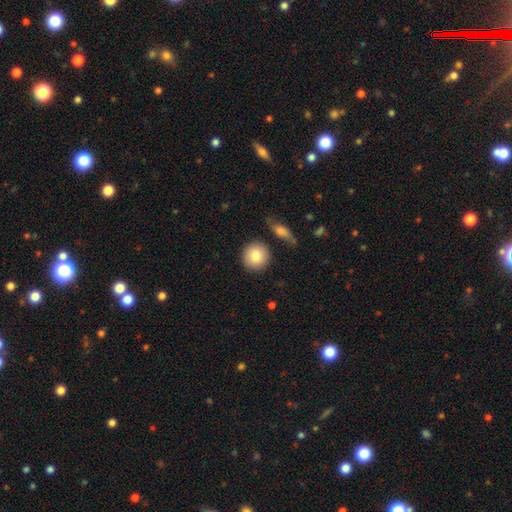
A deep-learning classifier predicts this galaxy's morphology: Q: Smooth or featured?
A: smooth (84%); runner-up: featured or disk (9%)
Q: How rounded?
A: round (92%); runner-up: in between (7%)
Q: Merging?
A: none (85%); runner-up: minor disturbance (9%)